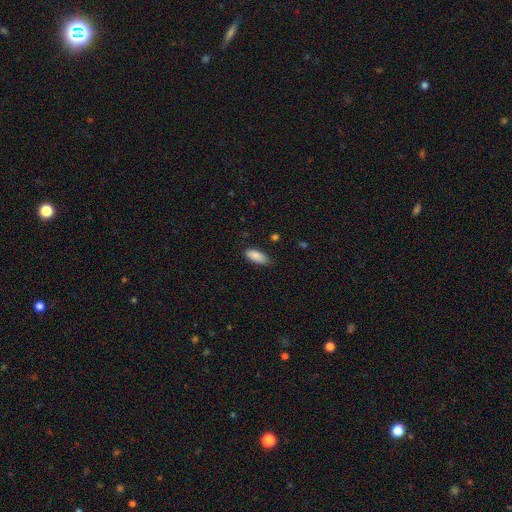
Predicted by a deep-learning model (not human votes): Smooth or featured: smooth — 88% (star or artifact — 7%)
How rounded: in between — 87% (cigar-shaped — 12%)
Merging: none — 77% (minor disturbance — 19%)